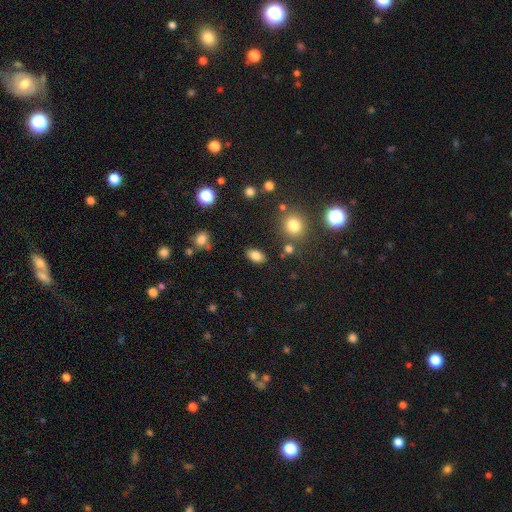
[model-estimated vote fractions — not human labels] smooth-or-featured: smooth: 83% | star or artifact: 10% | featured or disk: 7%
  how-rounded: in between: 88% | round: 10% | cigar-shaped: 2%
  merging: none: 84% | minor disturbance: 10% | merger: 3% | major disturbance: 3%